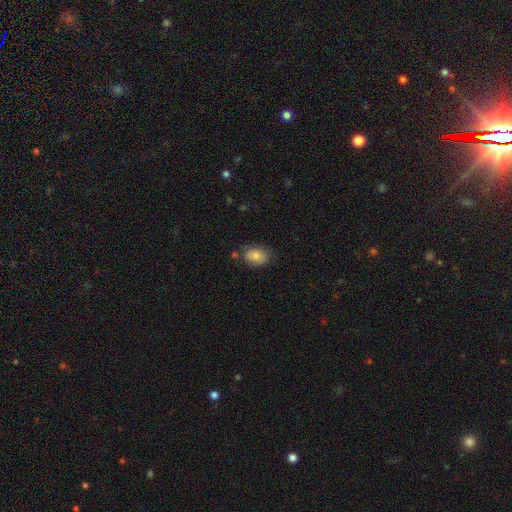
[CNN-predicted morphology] Smooth or featured: smooth — 77% (featured or disk — 15%)
How rounded: in between — 73% (round — 25%)
Merging: none — 62% (minor disturbance — 26%)